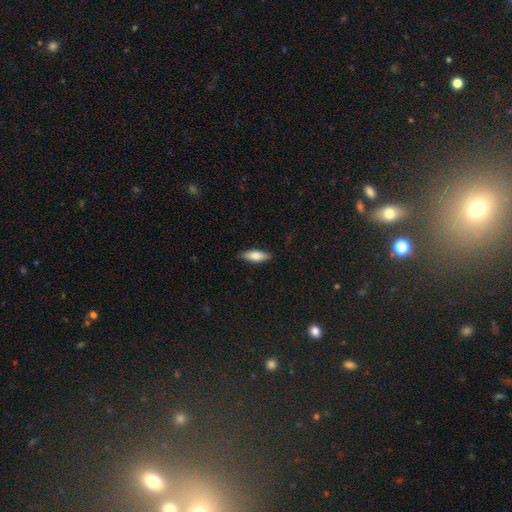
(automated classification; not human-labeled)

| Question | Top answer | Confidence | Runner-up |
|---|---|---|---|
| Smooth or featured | smooth | 77% | featured or disk (17%) |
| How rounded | in between | 60% | cigar-shaped (38%) |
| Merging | none | 86% | minor disturbance (11%) |